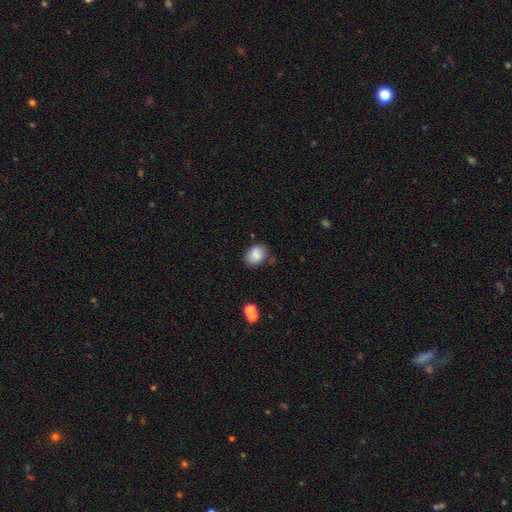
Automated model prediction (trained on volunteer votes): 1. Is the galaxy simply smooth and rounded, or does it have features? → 84% smooth, 9% star or artifact, 7% featured or disk.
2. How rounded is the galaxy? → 63% in between, 36% round, 1% cigar-shaped.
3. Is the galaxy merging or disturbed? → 71% none, 20% minor disturbance, 5% major disturbance, 4% merger.